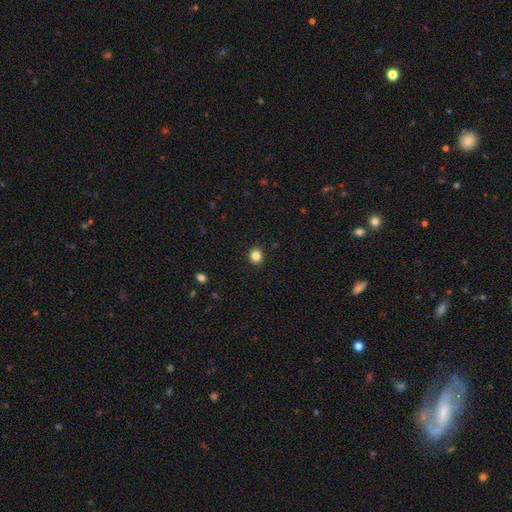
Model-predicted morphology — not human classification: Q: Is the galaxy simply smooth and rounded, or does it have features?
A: smooth — 84%.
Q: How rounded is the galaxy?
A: round — 84%.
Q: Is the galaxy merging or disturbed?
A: none — 92%.